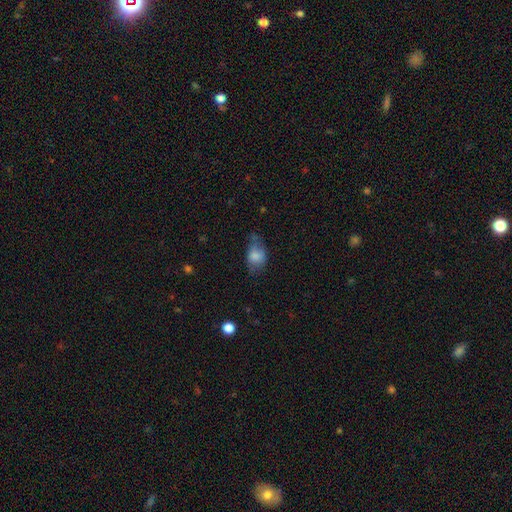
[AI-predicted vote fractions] Smooth or featured? smooth (76%)
How rounded? in between (75%)
Merging? none (43%)